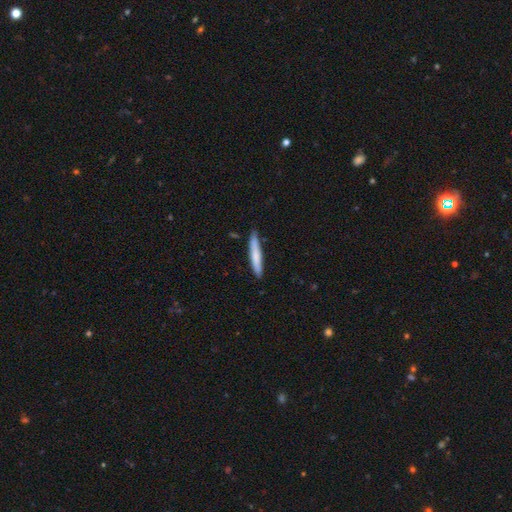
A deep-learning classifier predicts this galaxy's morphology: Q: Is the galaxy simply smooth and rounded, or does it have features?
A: smooth — 74%.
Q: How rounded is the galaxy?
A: cigar-shaped — 93%.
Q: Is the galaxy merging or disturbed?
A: none — 84%.